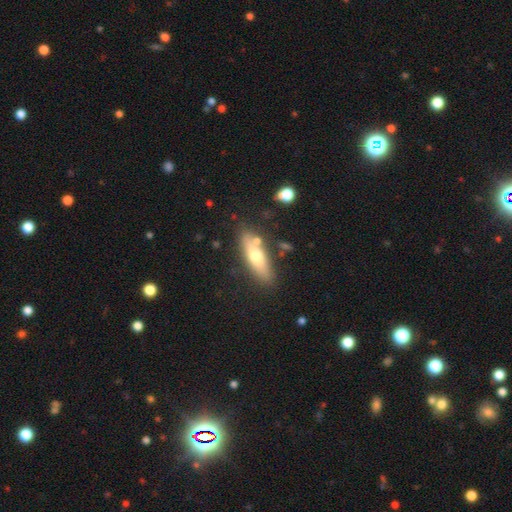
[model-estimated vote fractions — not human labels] smooth_or_featured: smooth (p=0.56) [alt: featured or disk p=0.37]
how_rounded: cigar-shaped (p=0.52) [alt: in between p=0.45]
merging: none (p=0.78) [alt: minor disturbance p=0.13]